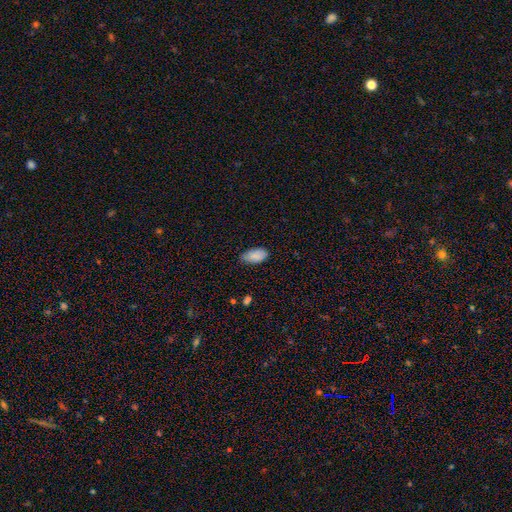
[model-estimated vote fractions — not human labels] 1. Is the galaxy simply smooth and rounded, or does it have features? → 87% smooth, 7% star or artifact, 6% featured or disk.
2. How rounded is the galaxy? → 94% in between, 3% round, 3% cigar-shaped.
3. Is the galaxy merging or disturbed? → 64% none, 30% minor disturbance, 4% major disturbance, 1% merger.